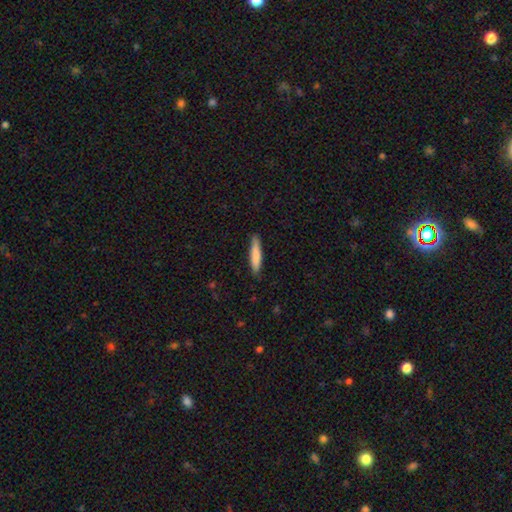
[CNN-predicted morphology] Q: Smooth or featured?
A: smooth (80%); runner-up: featured or disk (14%)
Q: How rounded?
A: cigar-shaped (89%); runner-up: in between (10%)
Q: Merging?
A: none (87%); runner-up: minor disturbance (10%)